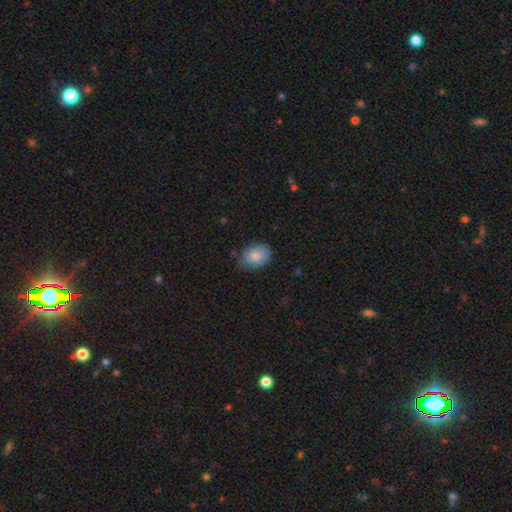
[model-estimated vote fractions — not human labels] This is clearly a smooth galaxy (85%). How rounded: likely in between (75%). Merging: likely none (72%).